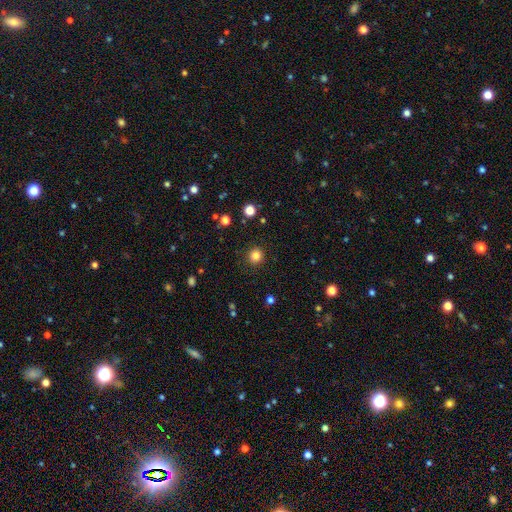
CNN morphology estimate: Smooth or featured: smooth — 83% (star or artifact — 12%)
How rounded: round — 91% (in between — 8%)
Merging: none — 91% (minor disturbance — 5%)